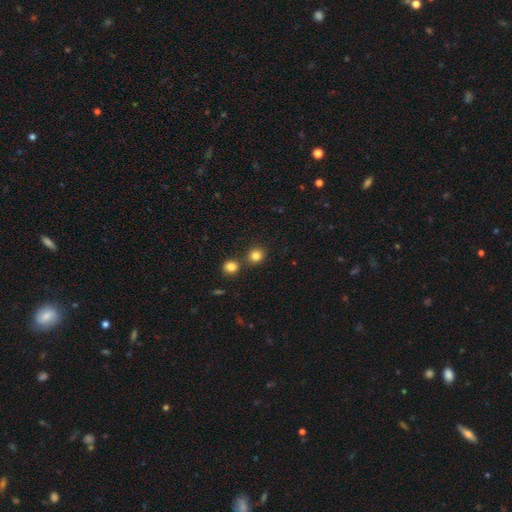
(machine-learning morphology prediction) Smooth or featured: smooth — 83% (star or artifact — 12%)
How rounded: round — 79% (in between — 20%)
Merging: none — 73% (merger — 16%)